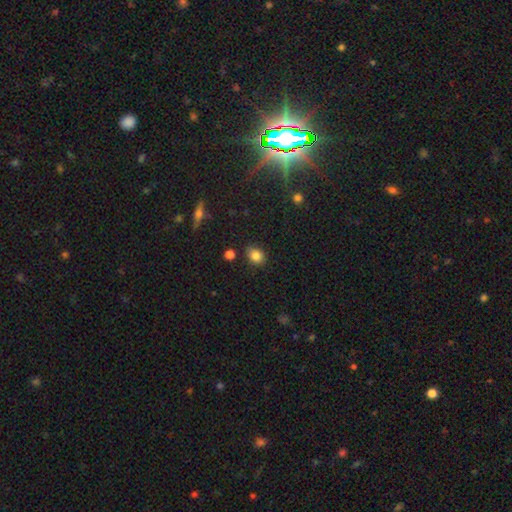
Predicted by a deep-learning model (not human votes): A smooth galaxy with no disk features (83%) that is round (52%). Merging: none (80%).